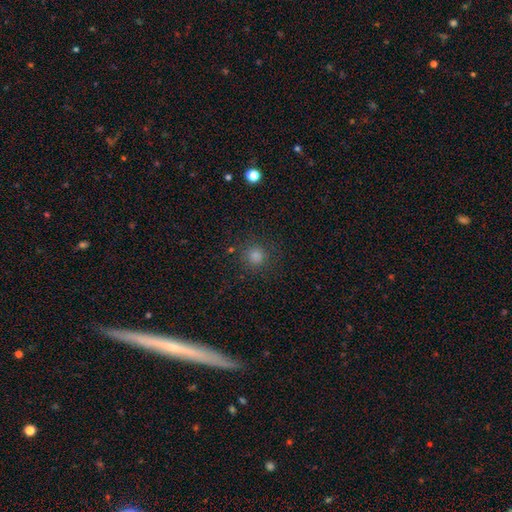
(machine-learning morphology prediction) smooth 71%, star or artifact 21%, featured or disk 8%. Down the decision tree: how rounded — round (93%); merging — none (87%).